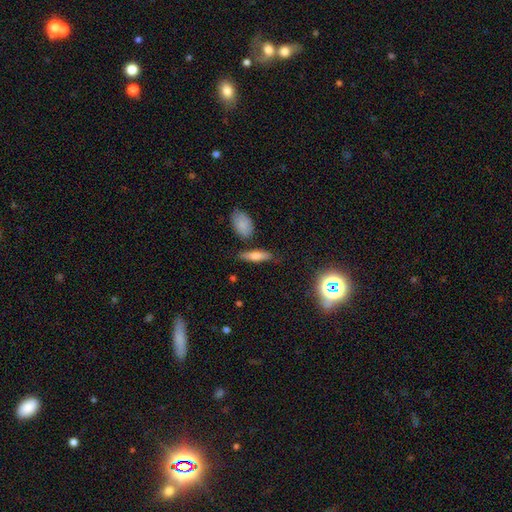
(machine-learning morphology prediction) A smooth galaxy with no disk features (68%) that is cigar-shaped (56%).

Vote fractions:
- Smooth or featured? smooth: 68% / featured or disk: 23% / star or artifact: 9%
- How rounded? cigar-shaped: 56% / in between: 40% / round: 3%
- Merging? none: 76% / minor disturbance: 15% / merger: 6% / major disturbance: 4%